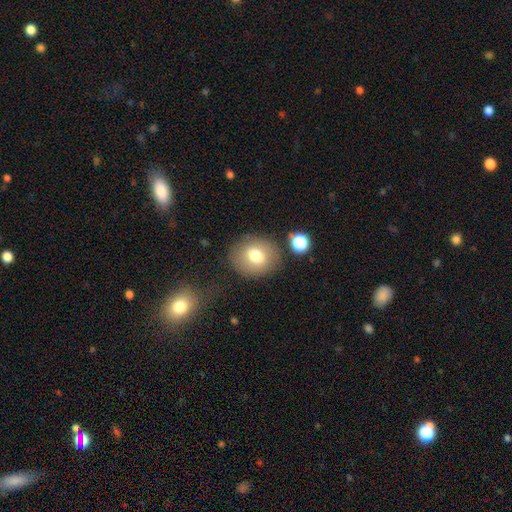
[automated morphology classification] smooth 74%, featured or disk 16%, star or artifact 10%. Down the decision tree: how rounded — round (63%); merging — none (77%).